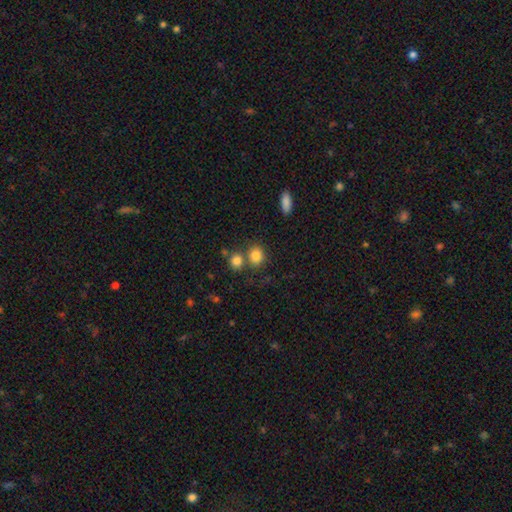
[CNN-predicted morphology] type=smooth (83%); roundness=round (71%); merging=none (63%).